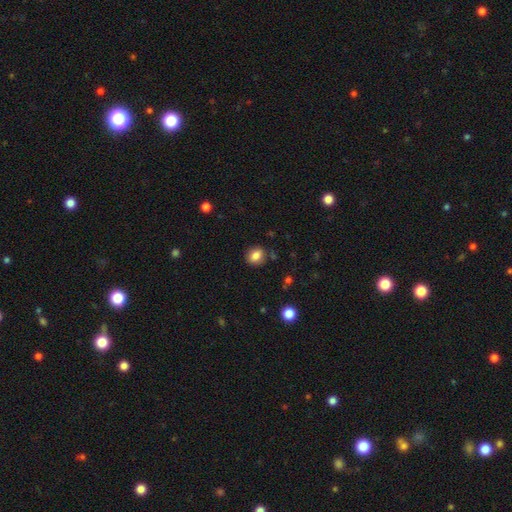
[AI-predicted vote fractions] Q: Smooth or featured?
A: smooth (84%); runner-up: star or artifact (10%)
Q: How rounded?
A: round (61%); runner-up: in between (38%)
Q: Merging?
A: none (86%); runner-up: minor disturbance (10%)